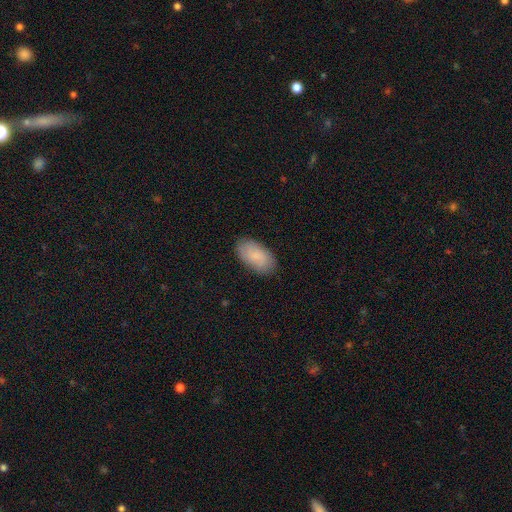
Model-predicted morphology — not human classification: The model was most divided on "smooth or featured": smooth: 83%, featured or disk: 11%, star or artifact: 6%. More confident: how rounded — in between (95%); merging — none (86%).